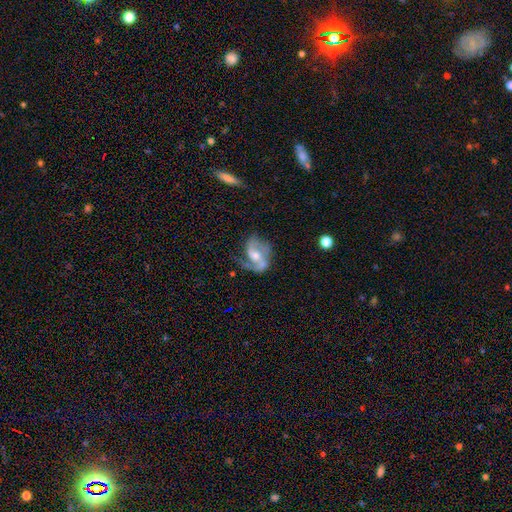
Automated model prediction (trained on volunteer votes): Smooth or featured? Predicted: featured or disk (p=0.83). Edge-on disk? Predicted: no (p=0.98). Bar? Predicted: no (p=0.47). Spiral arms? Predicted: yes (p=0.94). Spiral winding? Predicted: medium (p=0.50). Spiral arm count? Predicted: 2 (p=0.83). Bulge size? Predicted: moderate (p=0.58). Merging? Predicted: none (p=0.53).